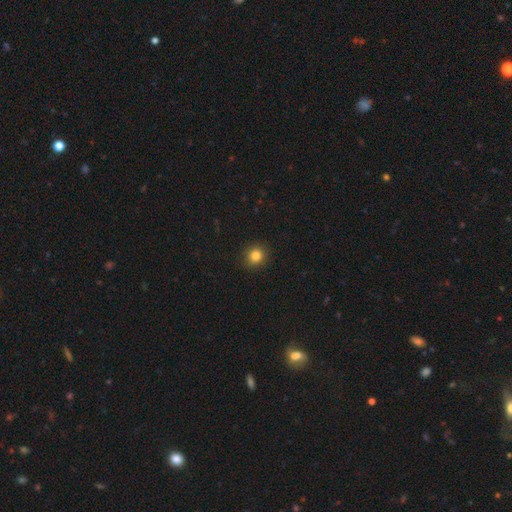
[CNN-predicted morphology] smooth_or_featured: smooth (p=0.82) [alt: star or artifact p=0.12]
how_rounded: round (p=0.85) [alt: in between p=0.14]
merging: none (p=0.91) [alt: minor disturbance p=0.06]